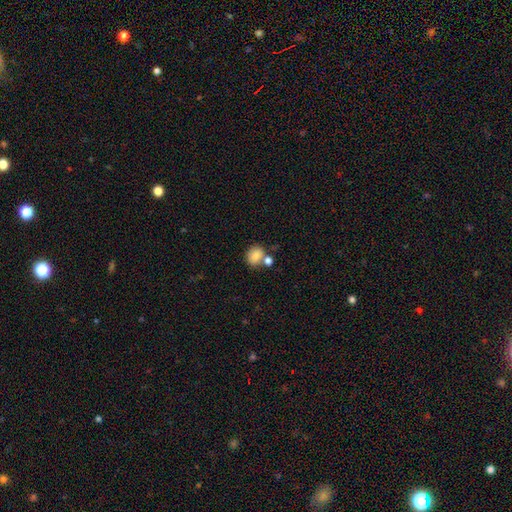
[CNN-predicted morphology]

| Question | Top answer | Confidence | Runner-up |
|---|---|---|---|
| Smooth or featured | smooth | 82% | star or artifact (9%) |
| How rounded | round | 64% | in between (35%) |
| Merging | none | 55% | merger (29%) |